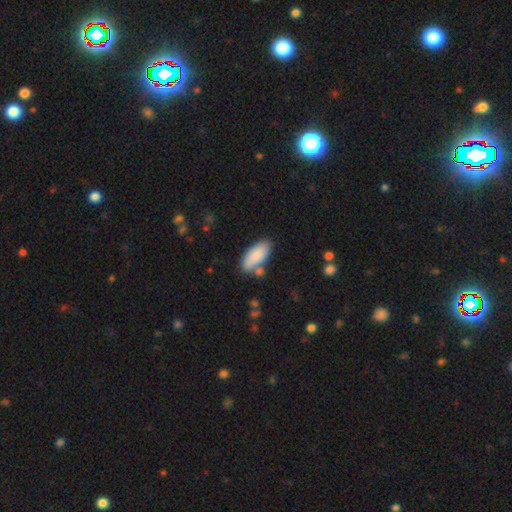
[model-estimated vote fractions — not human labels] smooth_or_featured: smooth (p=0.86) [alt: featured or disk p=0.08]
how_rounded: in between (p=0.85) [alt: cigar-shaped p=0.13]
merging: none (p=0.67) [alt: minor disturbance p=0.16]